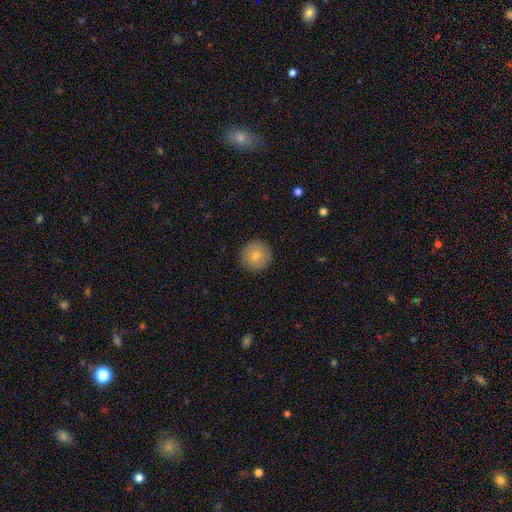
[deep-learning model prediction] Overall: smooth (77%). How rounded: round (96%). Merging: none (90%).